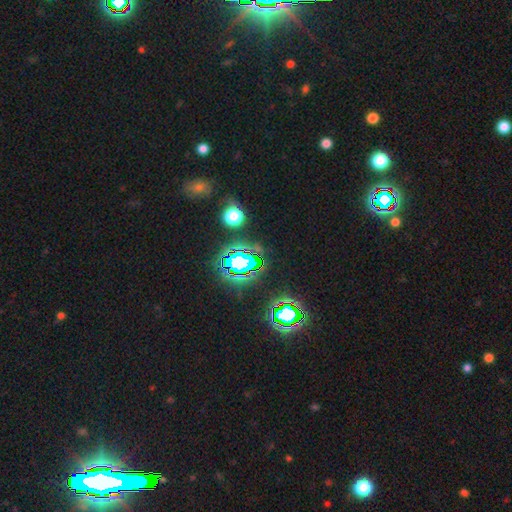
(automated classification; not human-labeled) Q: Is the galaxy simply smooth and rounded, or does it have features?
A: star or artifact — 80%.